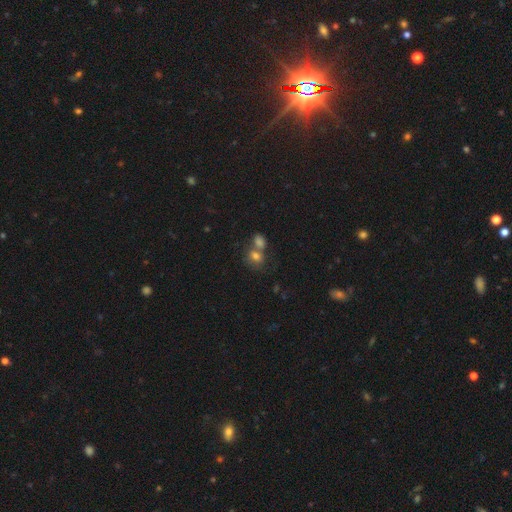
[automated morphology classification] Smooth or featured? smooth (66%)
How rounded? round (57%)
Merging? merger (49%)